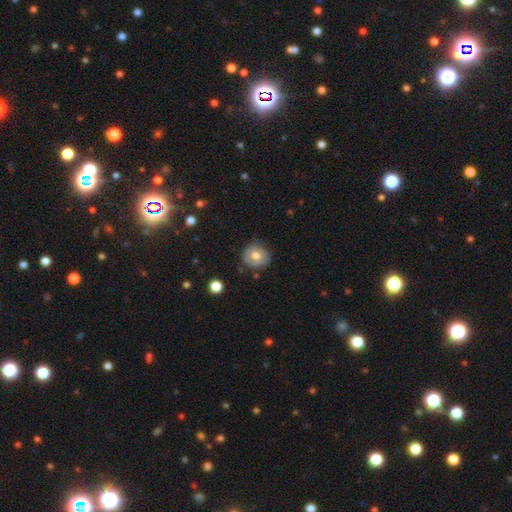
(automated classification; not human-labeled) smooth_or_featured: smooth (p=0.65) [alt: featured or disk p=0.27]
how_rounded: round (p=0.85) [alt: in between p=0.14]
merging: none (p=0.79) [alt: minor disturbance p=0.16]